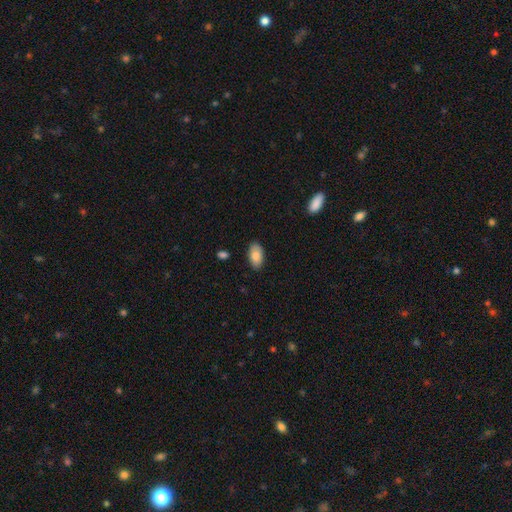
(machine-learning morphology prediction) A smooth galaxy with no disk features (84%) that is in between round and cigar-shaped (94%).

Vote fractions:
- Smooth or featured? smooth: 84% / featured or disk: 9% / star or artifact: 7%
- How rounded? in between: 94% / round: 3% / cigar-shaped: 2%
- Merging? none: 87% / minor disturbance: 10% / major disturbance: 2% / merger: 1%